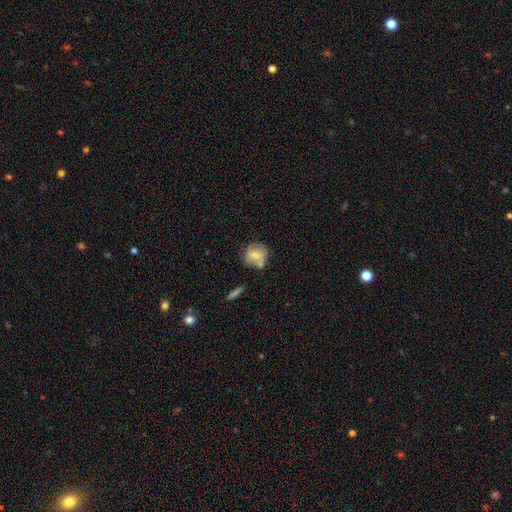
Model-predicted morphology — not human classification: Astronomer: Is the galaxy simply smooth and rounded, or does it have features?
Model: smooth — 57% (runner-up: featured or disk, 35%).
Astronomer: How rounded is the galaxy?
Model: round — 79%.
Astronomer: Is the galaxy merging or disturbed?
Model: none — 59%.